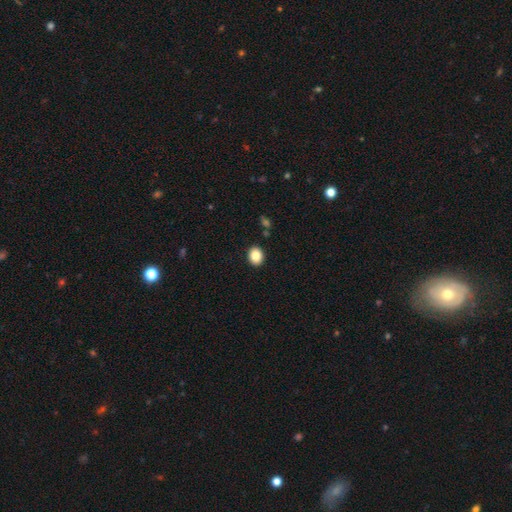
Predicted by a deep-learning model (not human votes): Smooth or featured: smooth — 86% (star or artifact — 9%)
How rounded: round — 53% (in between — 46%)
Merging: none — 90% (minor disturbance — 6%)